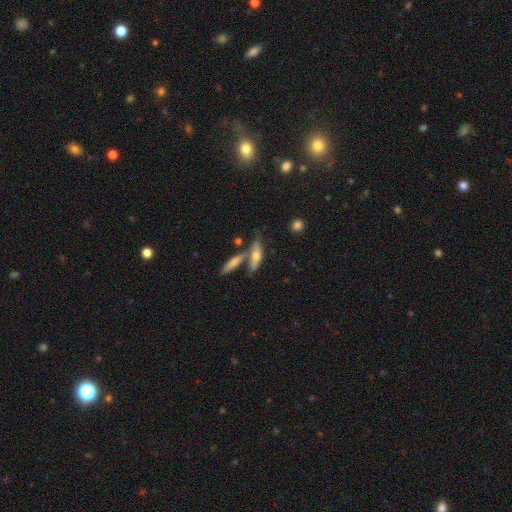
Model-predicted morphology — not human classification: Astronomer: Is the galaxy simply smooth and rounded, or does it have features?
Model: smooth — 54% (runner-up: featured or disk, 39%).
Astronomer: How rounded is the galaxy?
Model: cigar-shaped — 57% (runner-up: in between, 40%).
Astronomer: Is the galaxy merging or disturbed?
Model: none — 48% (runner-up: merger, 32%).